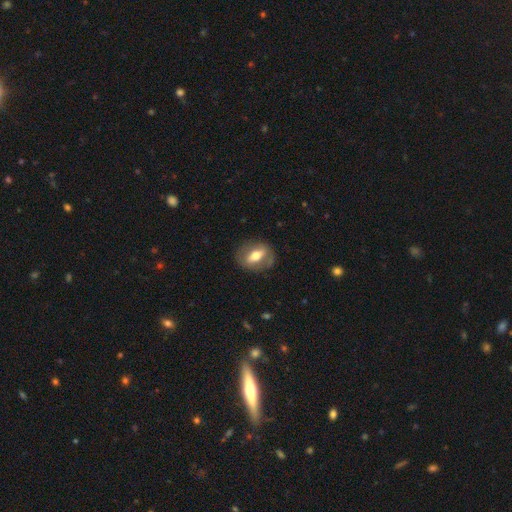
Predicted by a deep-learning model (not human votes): smooth 50%, featured or disk 42%, star or artifact 7%. Down the decision tree: how rounded — in between (69%); merging — none (80%).